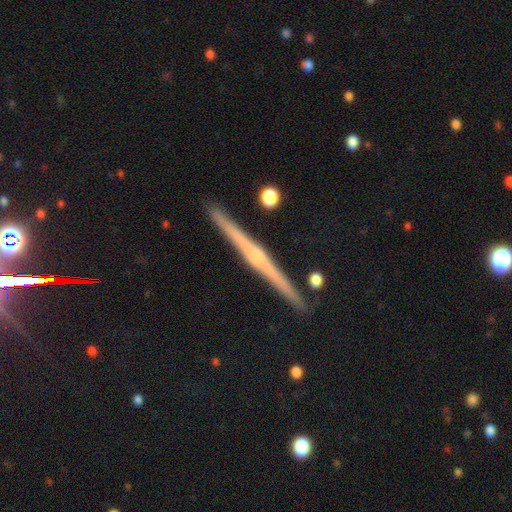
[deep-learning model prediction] This is likely a featured or disk galaxy (79%). It is clearly viewed edge-on (98%). Edge-on bulge: likely rounded (62%). Merging: clearly none (92%).